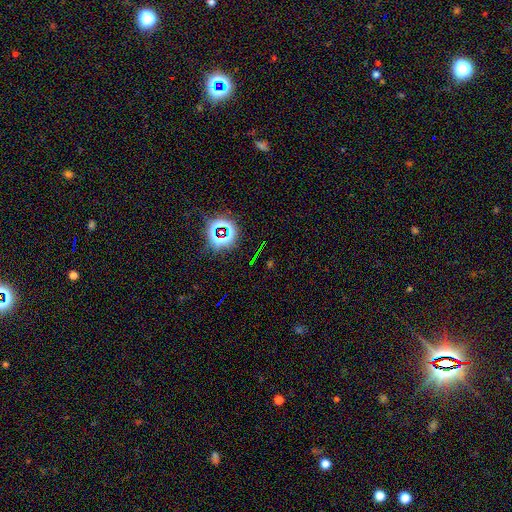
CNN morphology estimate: Smooth or featured: star or artifact — 75% (smooth — 16%)